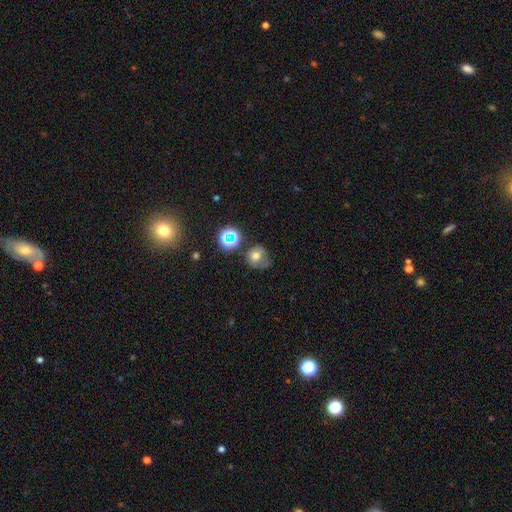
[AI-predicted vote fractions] smooth_or_featured: smooth (p=0.64) [alt: star or artifact p=0.18]
how_rounded: round (p=0.76) [alt: in between p=0.23]
merging: none (p=0.49) [alt: minor disturbance p=0.27]